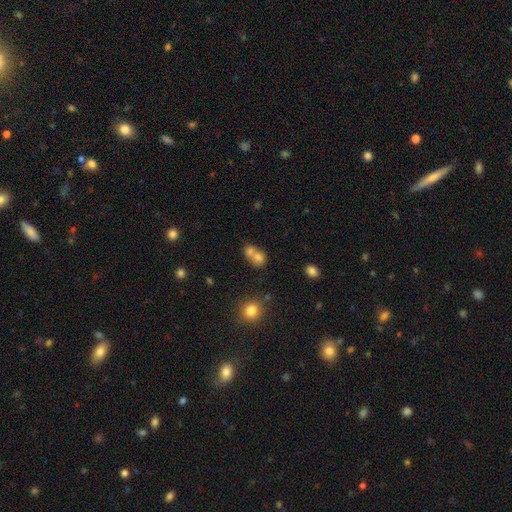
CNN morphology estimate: The model was most divided on "how rounded": round: 65%, in between: 34%, cigar-shaped: 1%. More confident: smooth or featured — smooth (73%); merging — merger (64%).